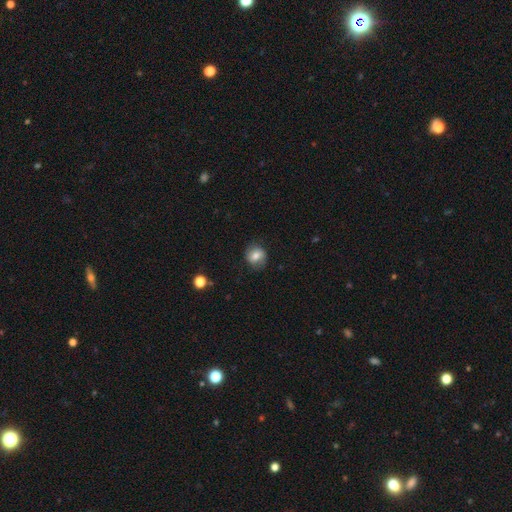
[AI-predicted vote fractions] smooth_or_featured: smooth (p=0.72) [alt: featured or disk p=0.19]
how_rounded: round (p=0.77) [alt: in between p=0.22]
merging: none (p=0.79) [alt: minor disturbance p=0.15]